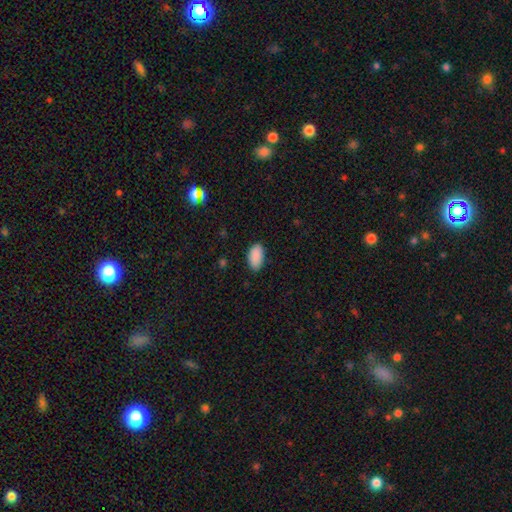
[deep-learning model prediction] smooth_or_featured: smooth (p=0.90) [alt: star or artifact p=0.07]
how_rounded: in between (p=0.95) [alt: round p=0.03]
merging: none (p=0.85) [alt: minor disturbance p=0.11]